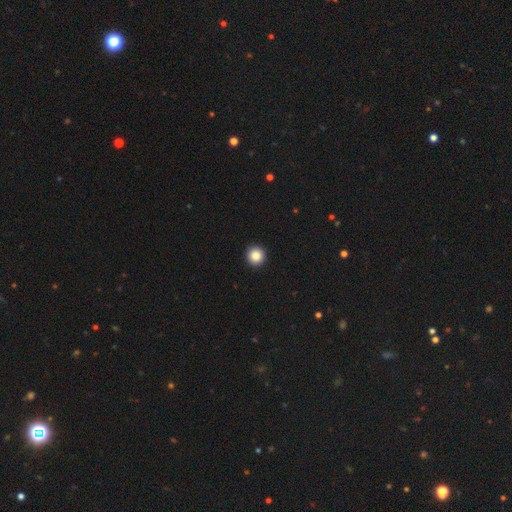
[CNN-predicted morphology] Smooth or featured? smooth (86%)
How rounded? round (96%)
Merging? none (94%)